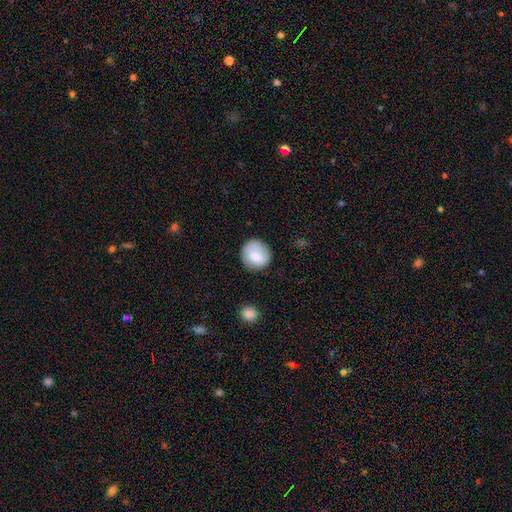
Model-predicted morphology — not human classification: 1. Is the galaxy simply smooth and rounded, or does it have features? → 76% smooth, 17% featured or disk, 7% star or artifact.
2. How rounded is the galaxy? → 88% round, 11% in between, 1% cigar-shaped.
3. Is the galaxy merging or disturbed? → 81% none, 14% minor disturbance, 4% major disturbance, 2% merger.